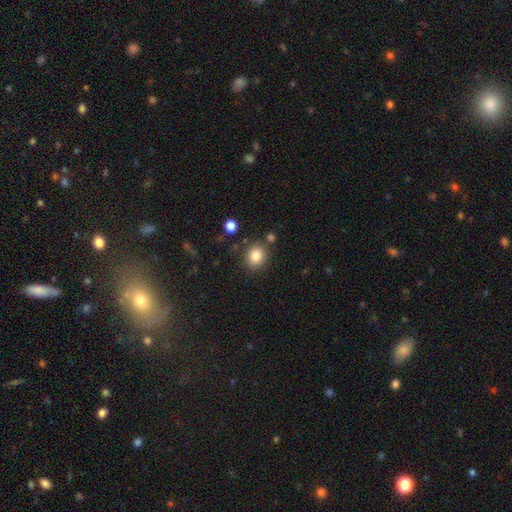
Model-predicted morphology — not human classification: Smooth or featured: smooth — 83% (star or artifact — 10%)
How rounded: round — 65% (in between — 34%)
Merging: none — 81% (minor disturbance — 10%)